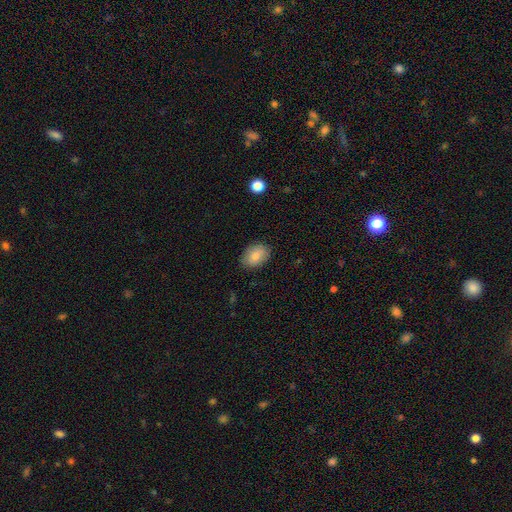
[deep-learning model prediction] smooth-or-featured: smooth: 85% | featured or disk: 8% | star or artifact: 7%
  how-rounded: in between: 82% | round: 17% | cigar-shaped: 1%
  merging: none: 86% | minor disturbance: 11% | major disturbance: 2% | merger: 1%